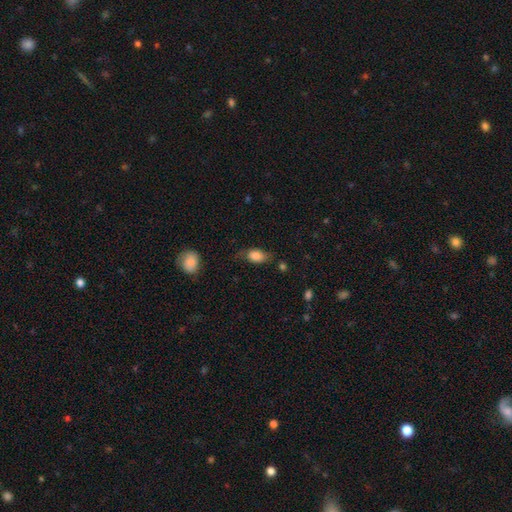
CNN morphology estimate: A smooth galaxy with no disk features (81%) that is in between round and cigar-shaped (87%).

Vote fractions:
- Smooth or featured? smooth: 81% / featured or disk: 11% / star or artifact: 8%
- How rounded? in between: 87% / round: 8% / cigar-shaped: 5%
- Merging? none: 61% / minor disturbance: 27% / major disturbance: 10% / merger: 2%